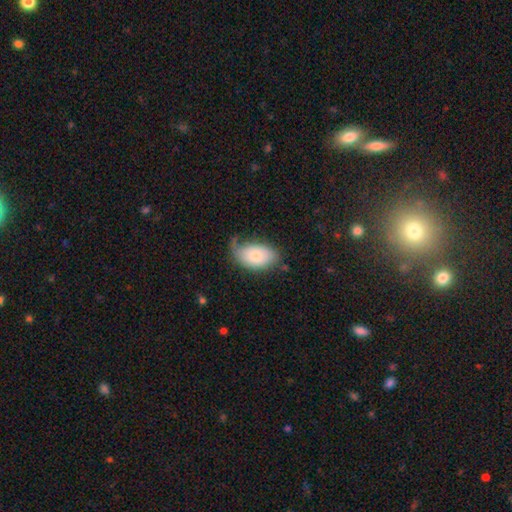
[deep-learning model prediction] smooth_or_featured: smooth (p=0.73) [alt: featured or disk p=0.21]
how_rounded: in between (p=0.92) [alt: round p=0.06]
merging: none (p=0.46) [alt: minor disturbance p=0.32]